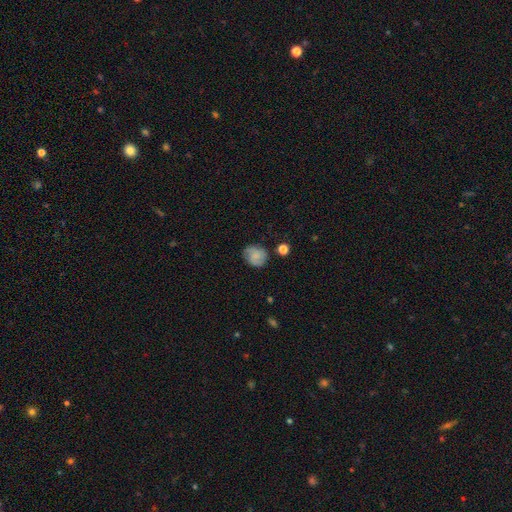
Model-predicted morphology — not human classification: Smooth or featured?
  - smooth: 61% *
  - featured or disk: 29%
  - star or artifact: 10%
How rounded?
  - round: 70% *
  - in between: 29%
  - cigar-shaped: 1%
Merging?
  - none: 73% *
  - minor disturbance: 19%
  - major disturbance: 5%
  - merger: 3%